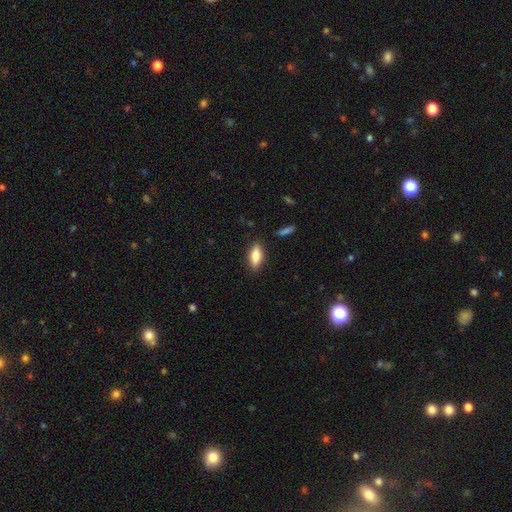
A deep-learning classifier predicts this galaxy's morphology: smooth-or-featured: smooth: 77% | featured or disk: 16% | star or artifact: 7%
  how-rounded: in between: 72% | cigar-shaped: 25% | round: 3%
  merging: none: 86% | minor disturbance: 10% | major disturbance: 2% | merger: 2%